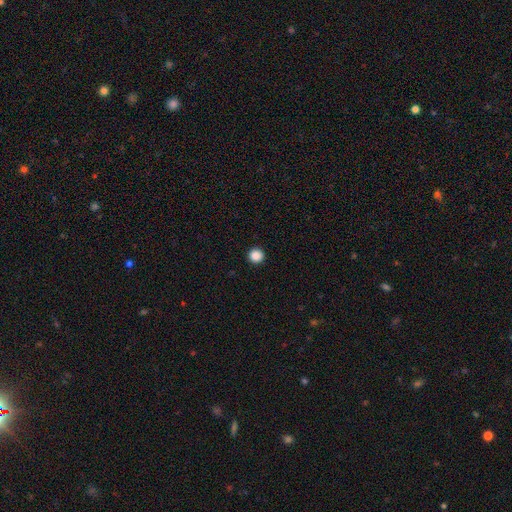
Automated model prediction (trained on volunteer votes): Morphology: type=smooth (88%); roundness=round (96%); merging=none (94%).